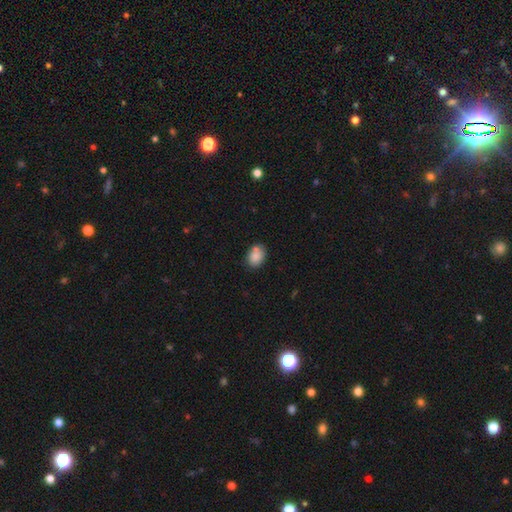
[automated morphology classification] This is clearly a smooth galaxy (84%). How rounded: likely in between (67%). Merging: likely none (65%).